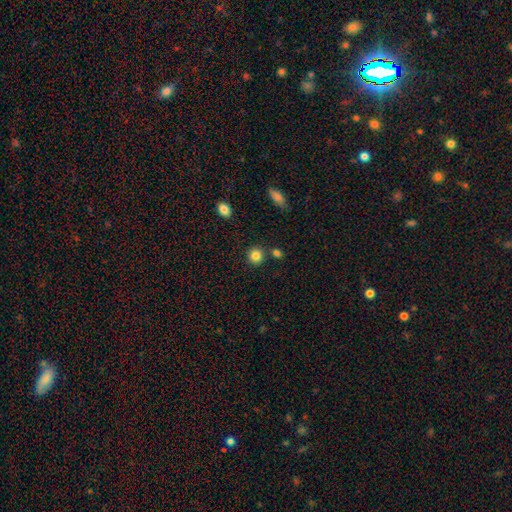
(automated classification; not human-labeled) smooth_or_featured: smooth (p=0.85) [alt: star or artifact p=0.10]
how_rounded: round (p=0.90) [alt: in between p=0.09]
merging: none (p=0.83) [alt: minor disturbance p=0.07]